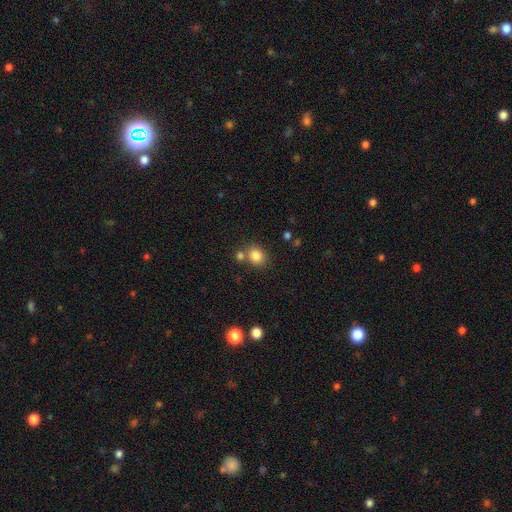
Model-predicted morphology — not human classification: Overall: smooth (83%). How rounded: round (69%; in between 30%). Merging: none (65%).